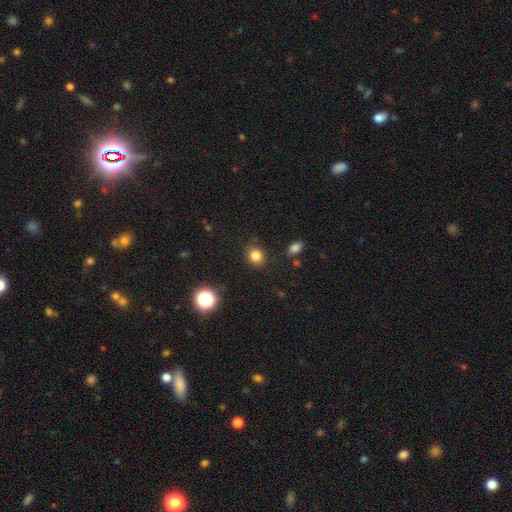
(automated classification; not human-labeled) The model was most divided on "how rounded": round: 70%, in between: 29%, cigar-shaped: 1%. More confident: merging — none (86%); smooth or featured — smooth (82%).